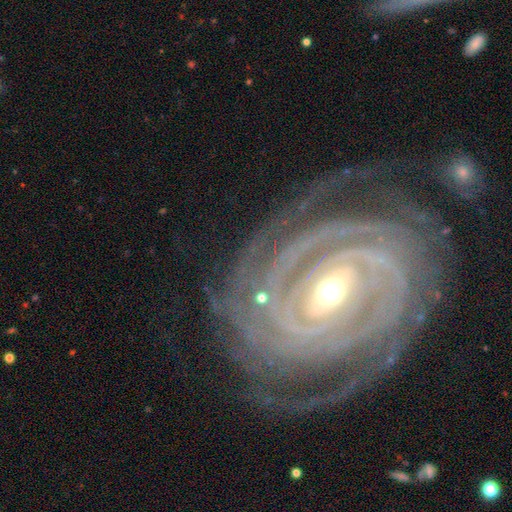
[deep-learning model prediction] Overall: featured or disk (93%). Edge-on disk: no (96%). Bar: strong (43%; weak 35%). Spiral arms: yes (98%). Spiral arm count: 2 (23%; 3 22%). Spiral winding: tight (86%). Bulge size: moderate (58%; small 38%). Merging: none (77%).